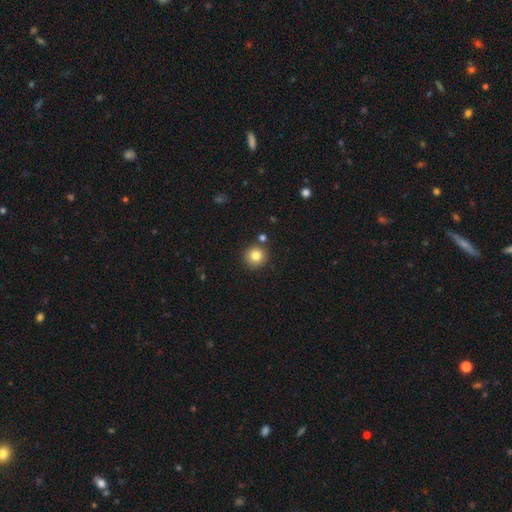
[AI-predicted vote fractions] Smooth or featured? Predicted: smooth (p=0.81). How rounded? Predicted: round (p=0.94). Merging? Predicted: none (p=0.85).